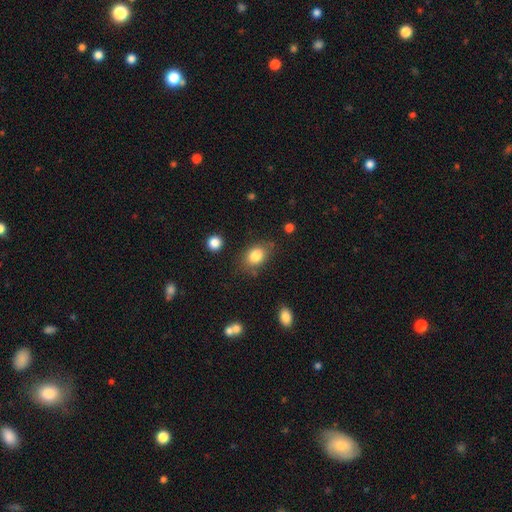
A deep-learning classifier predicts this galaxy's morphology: smooth-or-featured: smooth: 83% | star or artifact: 9% | featured or disk: 8%
  how-rounded: in between: 70% | round: 28% | cigar-shaped: 1%
  merging: none: 73% | minor disturbance: 18% | major disturbance: 6% | merger: 4%